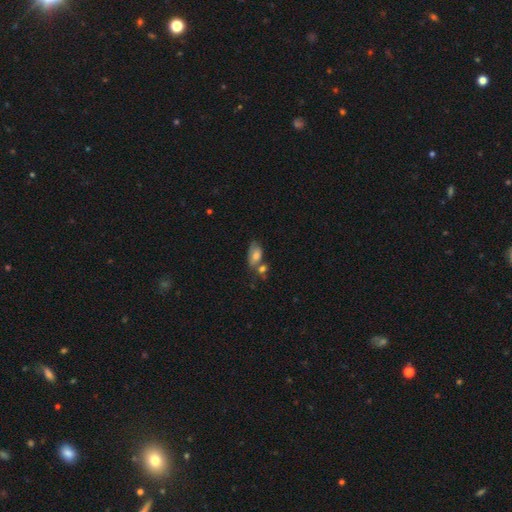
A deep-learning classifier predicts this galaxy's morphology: A smooth galaxy with no disk features (72%) that is in between round and cigar-shaped (90%). Merging: none (37%).